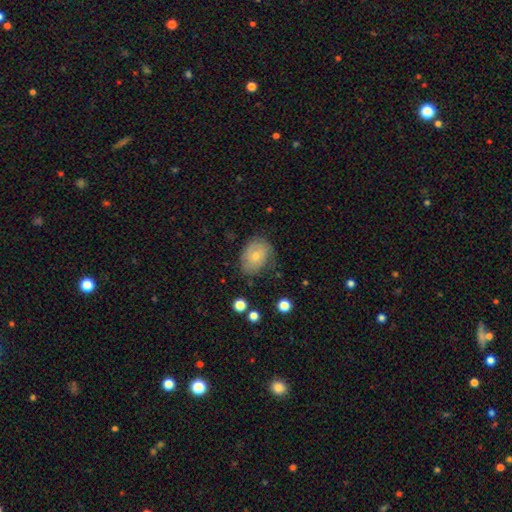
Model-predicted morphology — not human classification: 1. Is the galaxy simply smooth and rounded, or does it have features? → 59% smooth, 33% featured or disk, 8% star or artifact.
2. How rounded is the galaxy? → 67% in between, 32% round, 1% cigar-shaped.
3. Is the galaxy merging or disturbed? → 63% none, 27% minor disturbance, 9% major disturbance, 2% merger.